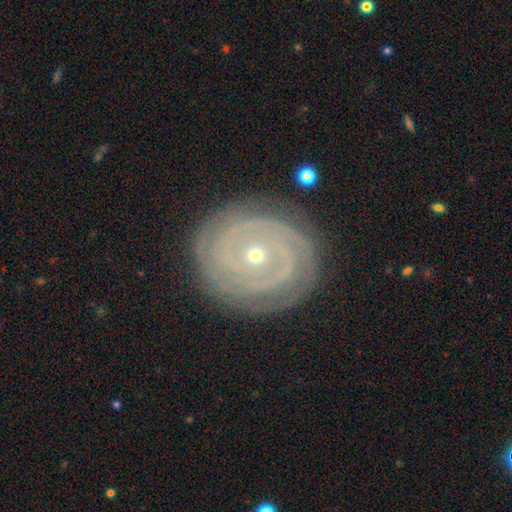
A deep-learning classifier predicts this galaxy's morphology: This appears to be a featured or disk galaxy (88%) with no bar (76%), 2 (34%) tight (85%) spiral arms (95%) and a small central bulge (79%). Merging: none (83%).